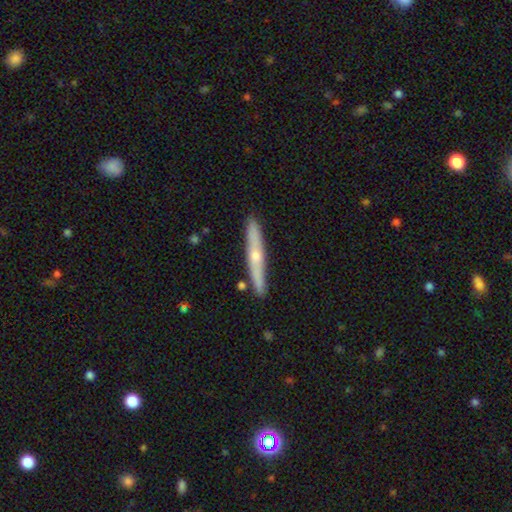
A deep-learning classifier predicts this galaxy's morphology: Q: Smooth or featured?
A: featured or disk (65%); runner-up: smooth (29%)
Q: Edge-on disk?
A: yes (94%); runner-up: no (6%)
Q: Edge-on bulge?
A: rounded (83%); runner-up: none (15%)
Q: Merging?
A: none (87%); runner-up: minor disturbance (9%)